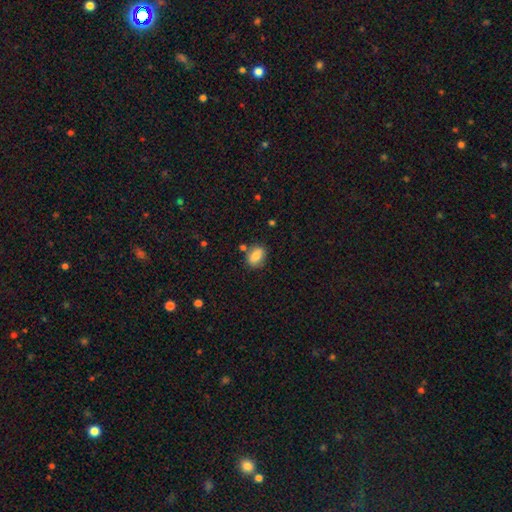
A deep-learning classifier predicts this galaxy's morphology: A smooth galaxy with no disk features (82%) that is in between round and cigar-shaped (71%).

Vote fractions:
- Smooth or featured? smooth: 82% / featured or disk: 9% / star or artifact: 8%
- How rounded? in between: 71% / round: 28% / cigar-shaped: 1%
- Merging? none: 77% / minor disturbance: 13% / merger: 7% / major disturbance: 3%